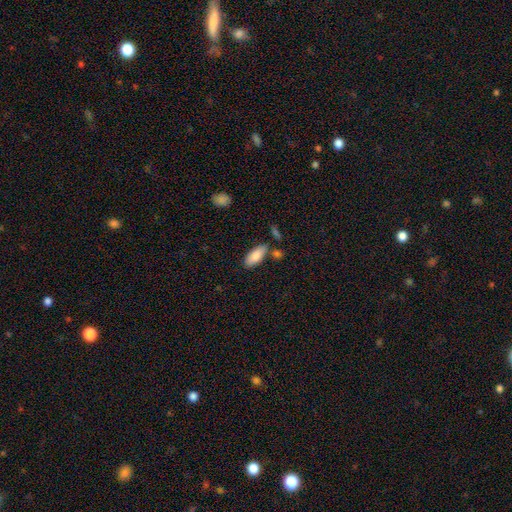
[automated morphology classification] Smooth or featured? Predicted: smooth (p=0.85). How rounded? Predicted: in between (p=0.86). Merging? Predicted: none (p=0.71).